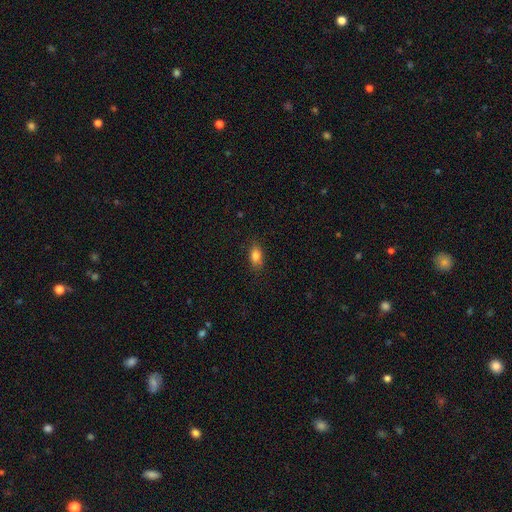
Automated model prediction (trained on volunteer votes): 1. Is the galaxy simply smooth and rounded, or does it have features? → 83% smooth, 9% star or artifact, 8% featured or disk.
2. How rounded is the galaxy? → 84% in between, 10% round, 6% cigar-shaped.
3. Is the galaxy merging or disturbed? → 82% none, 14% minor disturbance, 3% major disturbance, 1% merger.